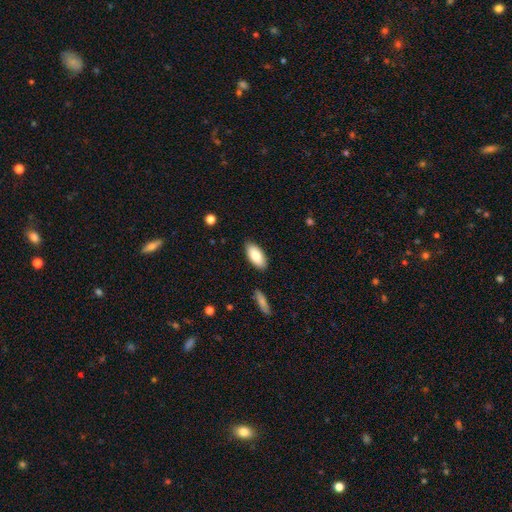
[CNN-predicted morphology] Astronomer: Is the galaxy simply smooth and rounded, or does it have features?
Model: smooth — 85%.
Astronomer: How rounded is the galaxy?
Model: in between — 90%.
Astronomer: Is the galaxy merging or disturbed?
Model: none — 86%.